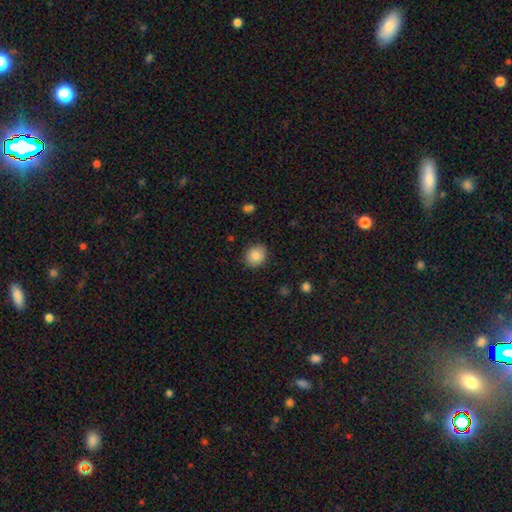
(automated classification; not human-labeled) Smooth or featured?
  - smooth: 86% *
  - star or artifact: 9%
  - featured or disk: 5%
How rounded?
  - round: 71% *
  - in between: 28%
  - cigar-shaped: 1%
Merging?
  - none: 86% *
  - minor disturbance: 10%
  - major disturbance: 3%
  - merger: 1%